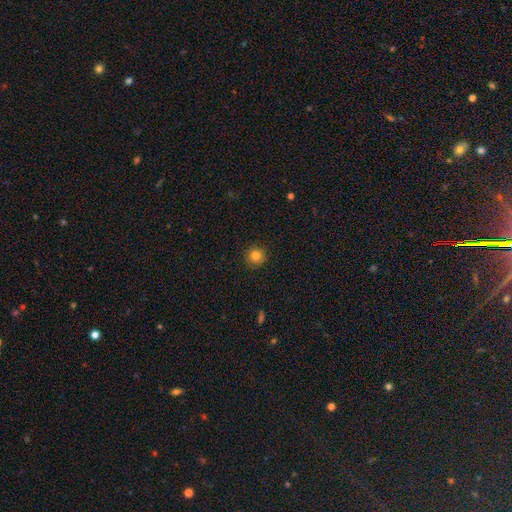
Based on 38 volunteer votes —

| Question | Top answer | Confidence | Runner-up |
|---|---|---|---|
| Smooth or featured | smooth | 89% | featured or disk (5%) |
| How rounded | round | 100% | — |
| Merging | none | 92% | minor disturbance (8%) |